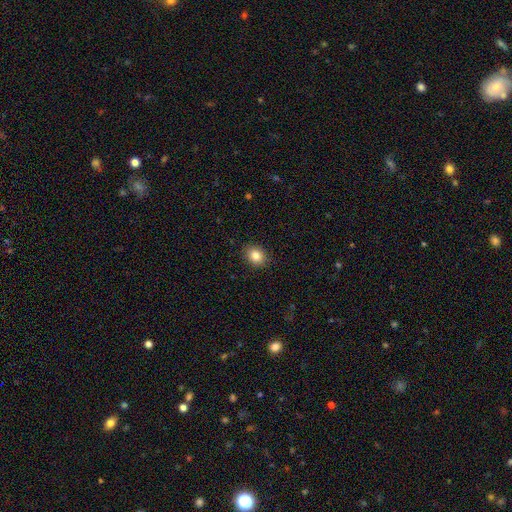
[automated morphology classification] The model was most divided on "how rounded": round: 54%, in between: 45%, cigar-shaped: 1%. More confident: merging — none (89%); smooth or featured — smooth (84%).